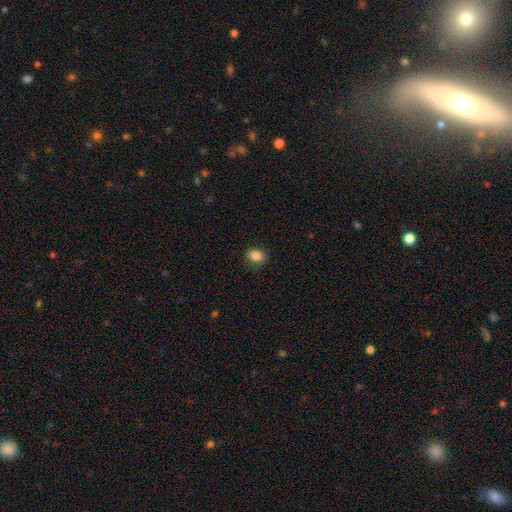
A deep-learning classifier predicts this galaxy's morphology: Smooth or featured: smooth — 83% (star or artifact — 10%)
How rounded: in between — 62% (round — 37%)
Merging: none — 83% (minor disturbance — 13%)